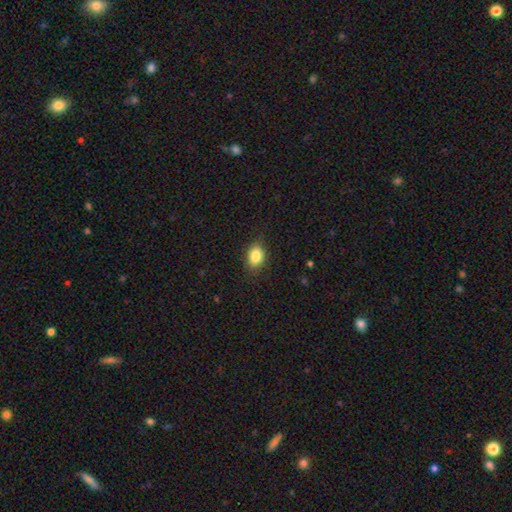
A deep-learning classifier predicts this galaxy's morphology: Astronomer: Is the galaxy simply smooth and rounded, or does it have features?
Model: smooth — 84%.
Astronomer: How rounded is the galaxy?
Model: in between — 78%.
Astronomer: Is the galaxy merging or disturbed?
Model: none — 81%.